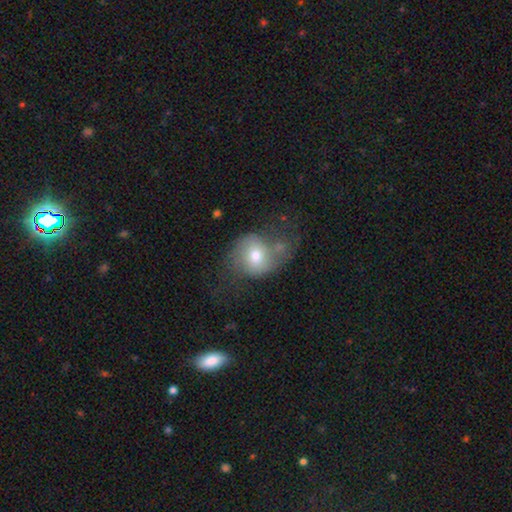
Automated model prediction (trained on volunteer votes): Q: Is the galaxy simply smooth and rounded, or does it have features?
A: smooth — 50%.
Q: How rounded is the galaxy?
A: round — 67%.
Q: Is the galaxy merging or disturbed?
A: none — 37%.